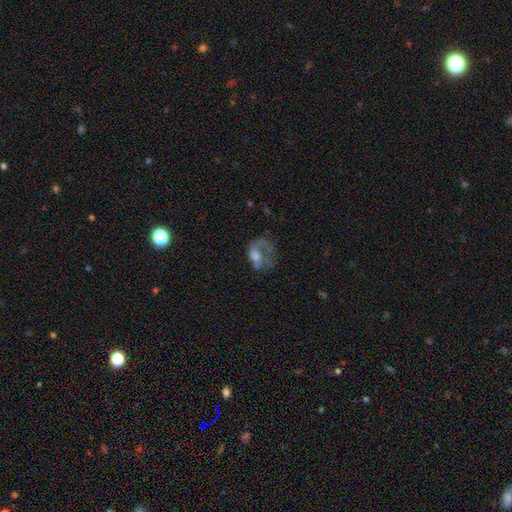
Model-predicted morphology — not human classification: Smooth or featured? featured or disk (51%)
Edge-on disk? no (97%)
Merging? major disturbance (52%)